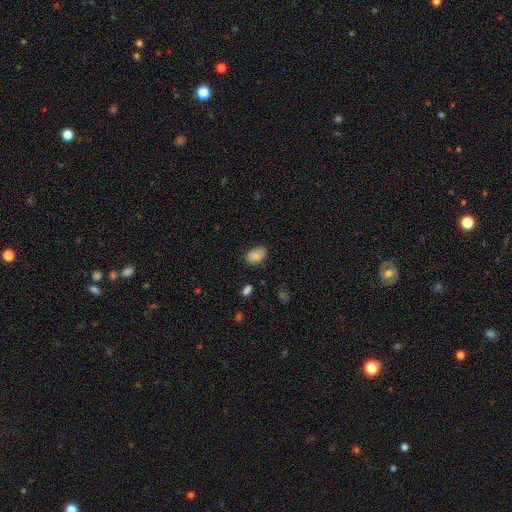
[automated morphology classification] Overall: smooth (83%). How rounded: in between (88%). Merging: none (74%).